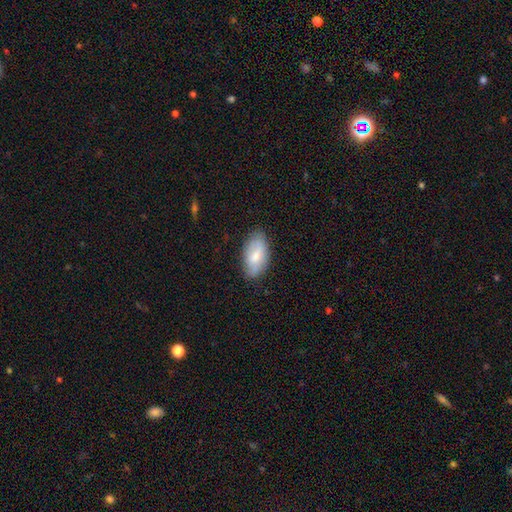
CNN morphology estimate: Q: Smooth or featured?
A: smooth (69%); runner-up: featured or disk (25%)
Q: How rounded?
A: in between (93%); runner-up: cigar-shaped (5%)
Q: Merging?
A: none (78%); runner-up: minor disturbance (17%)